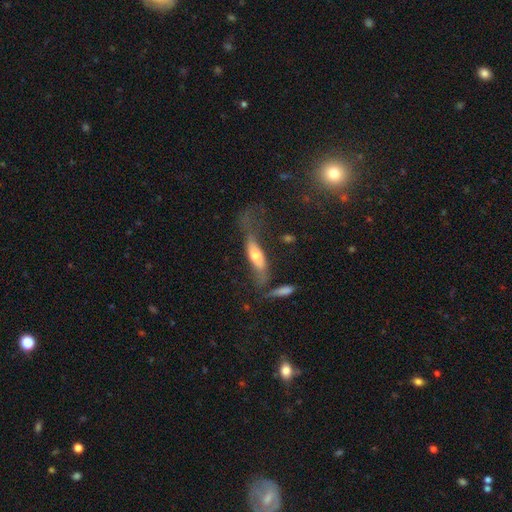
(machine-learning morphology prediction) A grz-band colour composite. It shows a smooth galaxy with no disk features (49%). Merging: major disturbance (38%).